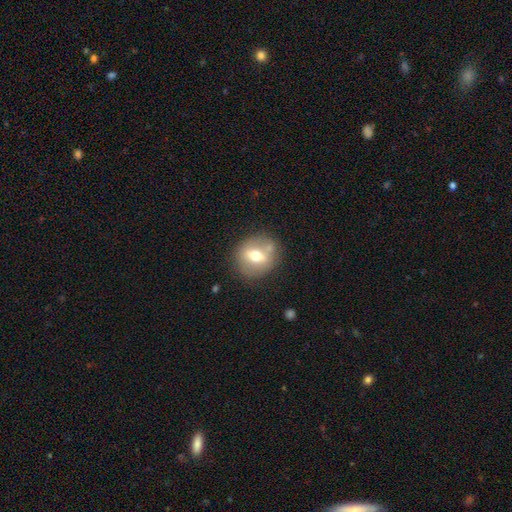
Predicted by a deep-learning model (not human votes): smooth 54%, featured or disk 38%, star or artifact 9%. Down the decision tree: how rounded — round (79%); merging — none (75%).